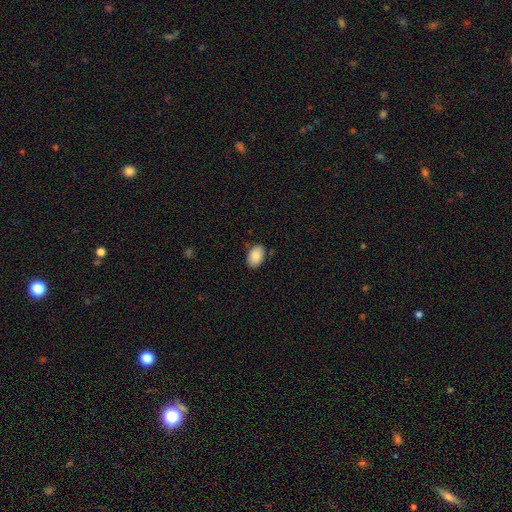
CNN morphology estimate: Q: Smooth or featured?
A: smooth (88%); runner-up: star or artifact (7%)
Q: How rounded?
A: in between (90%); runner-up: round (8%)
Q: Merging?
A: none (84%); runner-up: minor disturbance (12%)